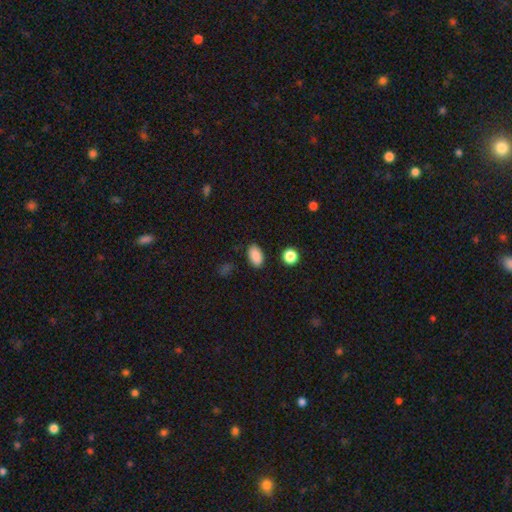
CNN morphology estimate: A smooth galaxy with no disk features (88%) that is in between round and cigar-shaped (90%). Merging: none (88%).